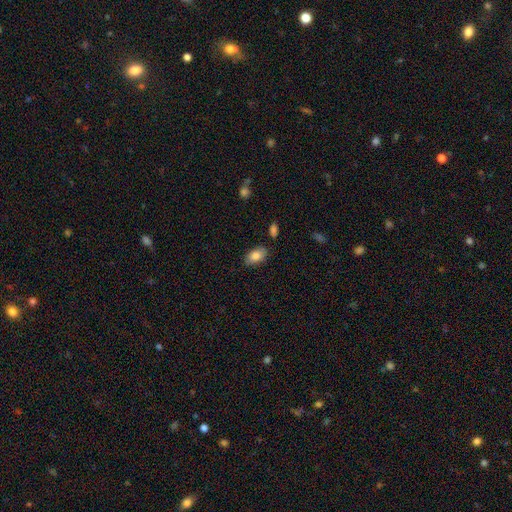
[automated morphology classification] This is clearly a smooth galaxy (82%). How rounded: clearly in between (93%). Merging: clearly none (84%).